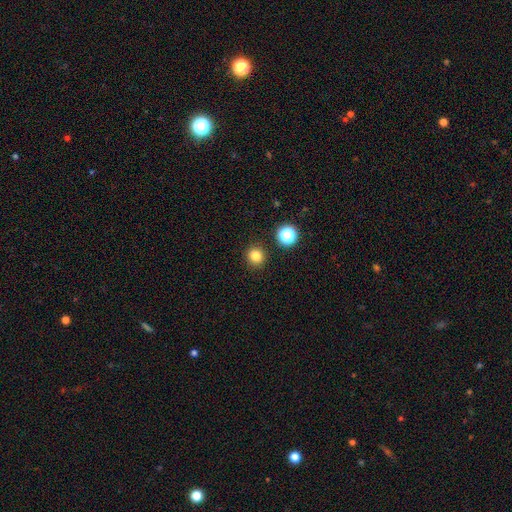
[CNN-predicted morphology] Smooth or featured? smooth (81%)
How rounded? round (92%)
Merging? none (91%)